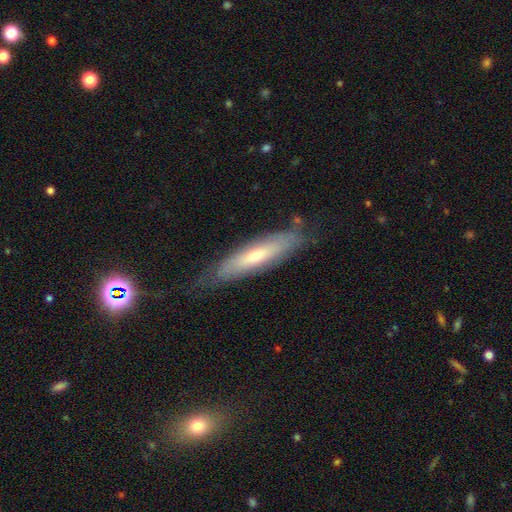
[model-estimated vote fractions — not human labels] Smooth or featured? smooth (52%)
How rounded? cigar-shaped (73%)
Merging? none (70%)